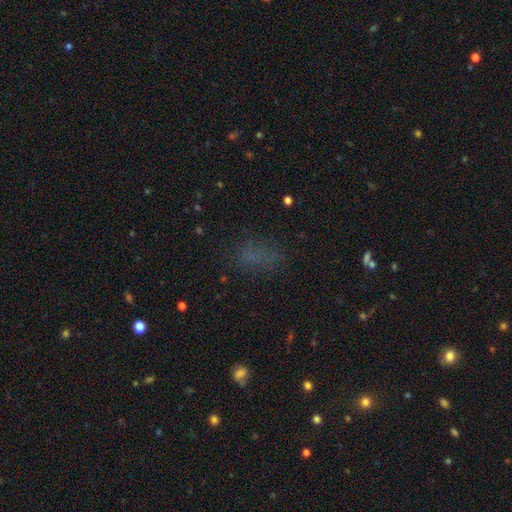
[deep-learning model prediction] The model was most divided on "smooth or featured": smooth: 60%, star or artifact: 29%, featured or disk: 11%. More confident: how rounded — in between (79%); merging — none (67%).